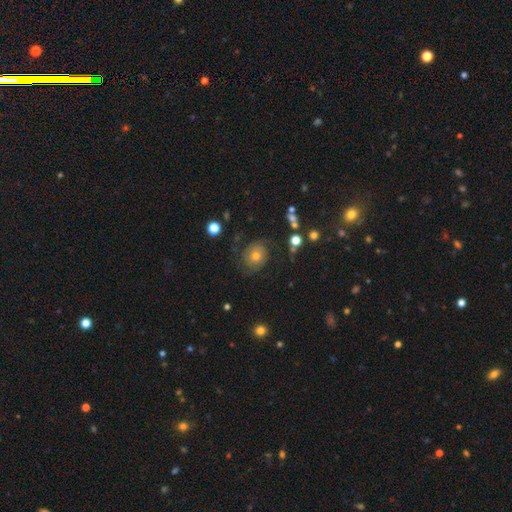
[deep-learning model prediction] This is possibly a featured or disk galaxy (48%). Merging: likely none (72%).